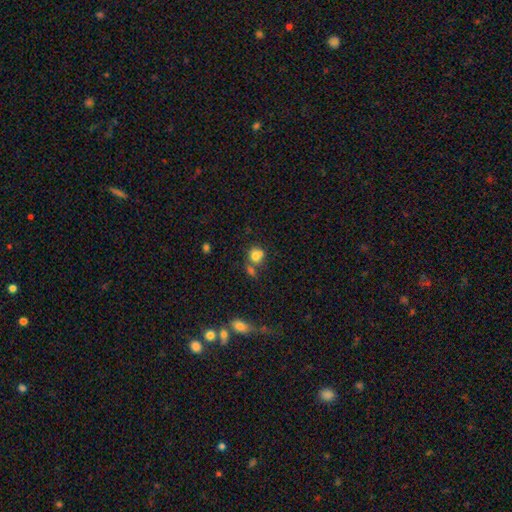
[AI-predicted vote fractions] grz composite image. It shows a smooth galaxy with no disk features (75%) that is round (70%). Merging: merger (42%).